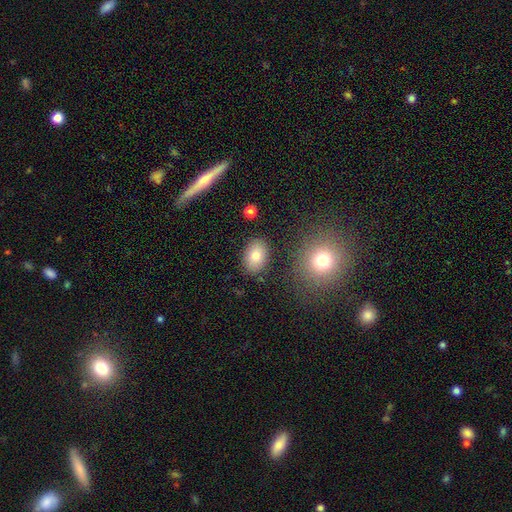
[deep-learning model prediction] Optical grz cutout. It shows a smooth galaxy with no disk features (79%) that is in between round and cigar-shaped (83%). Merging: none (84%).